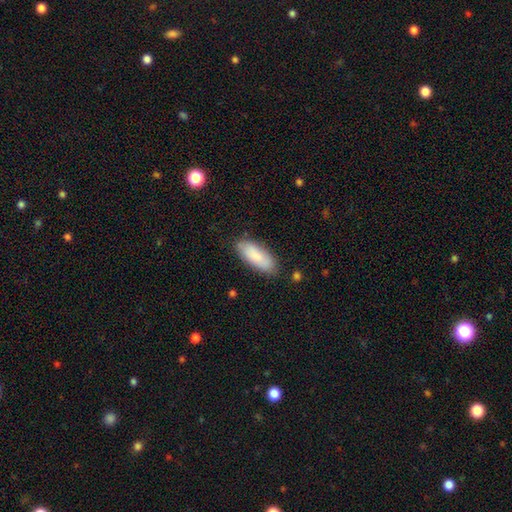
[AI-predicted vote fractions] Overall: smooth (85%). How rounded: in between (78%). Merging: none (82%).